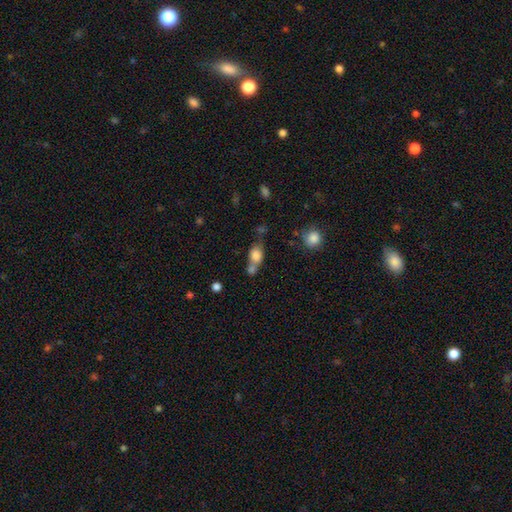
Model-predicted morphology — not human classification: This appears to be a smooth galaxy with no disk features (77%) that is in between round and cigar-shaped (63%). Merging: merger (48%).